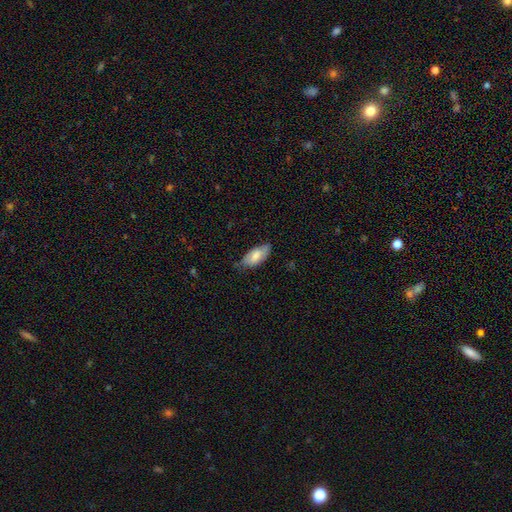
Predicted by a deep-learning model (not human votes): Q: Smooth or featured?
A: smooth (74%); runner-up: featured or disk (20%)
Q: How rounded?
A: in between (89%); runner-up: cigar-shaped (9%)
Q: Merging?
A: none (65%); runner-up: minor disturbance (29%)